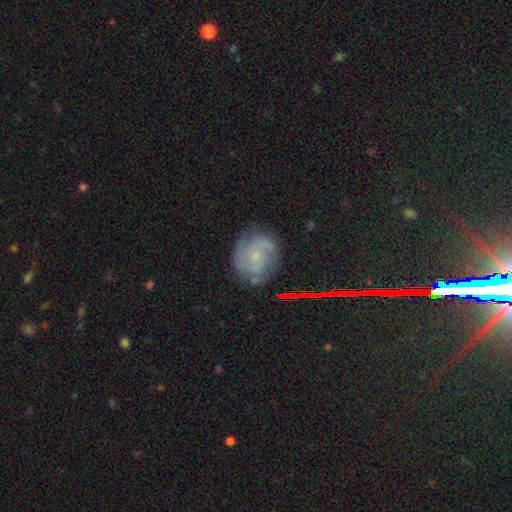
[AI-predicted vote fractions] The model was most divided on "spiral winding": tight: 44%, medium: 43%, loose: 14%. Remaining: edge-on disk — no (98%); spiral arms — yes (94%); bulge size — small (75%); smooth or featured — featured or disk (74%); merging — none (73%); bar — no (71%); spiral arm count — 2 (46%).